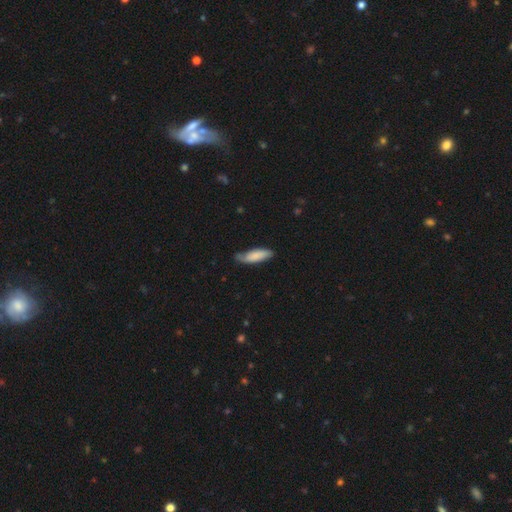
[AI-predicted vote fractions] smooth_or_featured: smooth (p=0.74) [alt: featured or disk p=0.20]
how_rounded: in between (p=0.54) [alt: cigar-shaped p=0.45]
merging: none (p=0.63) [alt: minor disturbance p=0.29]